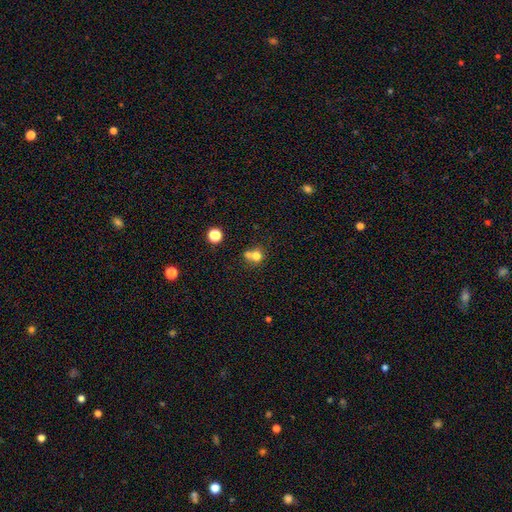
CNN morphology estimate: A smooth galaxy with no disk features (72%) that is round (79%).

Vote fractions:
- Smooth or featured? smooth: 72% / featured or disk: 15% / star or artifact: 14%
- How rounded? round: 79% / in between: 20% / cigar-shaped: 1%
- Merging? merger: 53% / none: 35% / minor disturbance: 8% / major disturbance: 4%